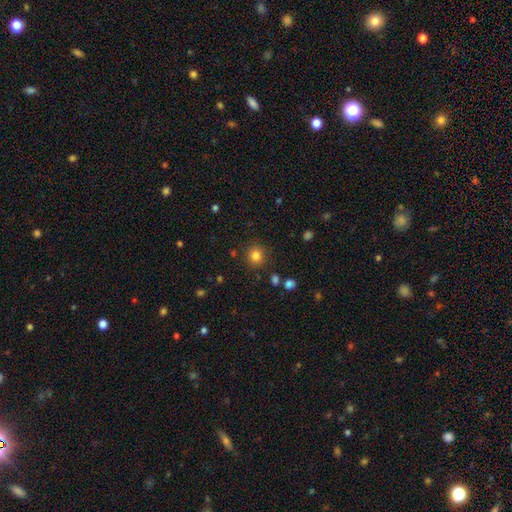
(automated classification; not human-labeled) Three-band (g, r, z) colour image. It shows a smooth galaxy with no disk features (82%) that is round (90%). Merging: none (87%).